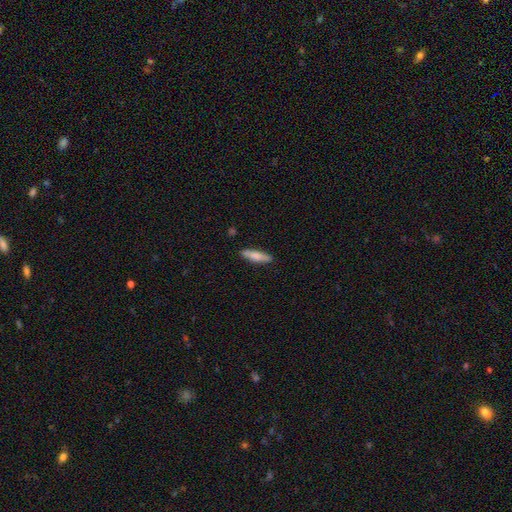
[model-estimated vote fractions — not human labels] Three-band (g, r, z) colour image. It shows a smooth galaxy with no disk features (77%) that is cigar-shaped (73%). Merging: none (86%).